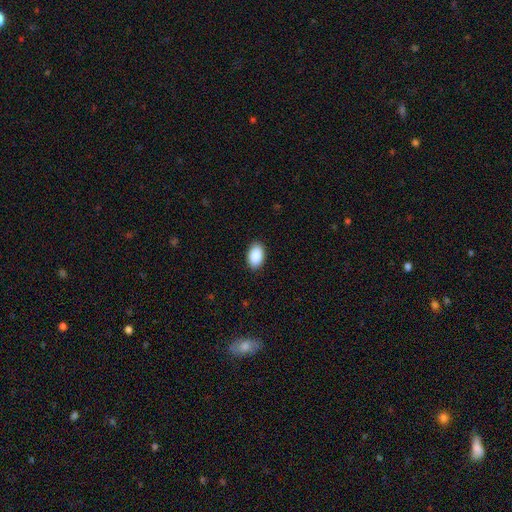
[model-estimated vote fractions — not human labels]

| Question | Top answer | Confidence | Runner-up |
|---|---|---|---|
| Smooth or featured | smooth | 91% | star or artifact (6%) |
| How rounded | in between | 93% | round (6%) |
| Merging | none | 89% | minor disturbance (8%) |